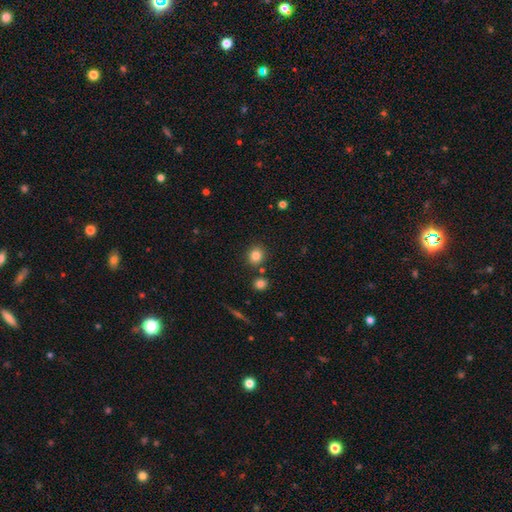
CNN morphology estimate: Smooth or featured?
  - smooth: 83% *
  - star or artifact: 11%
  - featured or disk: 6%
How rounded?
  - round: 86% *
  - in between: 13%
  - cigar-shaped: 1%
Merging?
  - none: 82% *
  - minor disturbance: 8%
  - merger: 7%
  - major disturbance: 3%